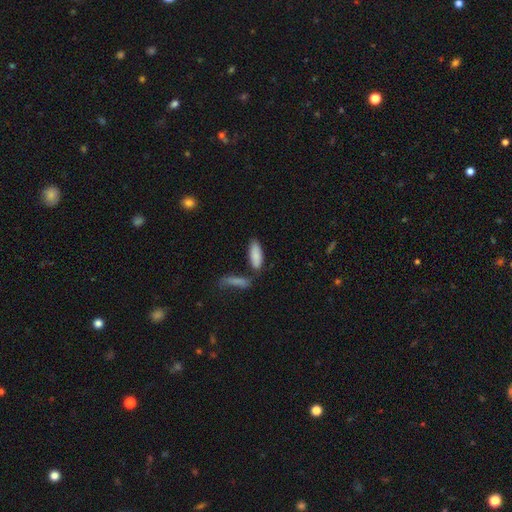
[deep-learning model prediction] smooth_or_featured: smooth (p=0.85) [alt: featured or disk p=0.09]
how_rounded: in between (p=0.65) [alt: cigar-shaped p=0.33]
merging: none (p=0.63) [alt: merger p=0.20]